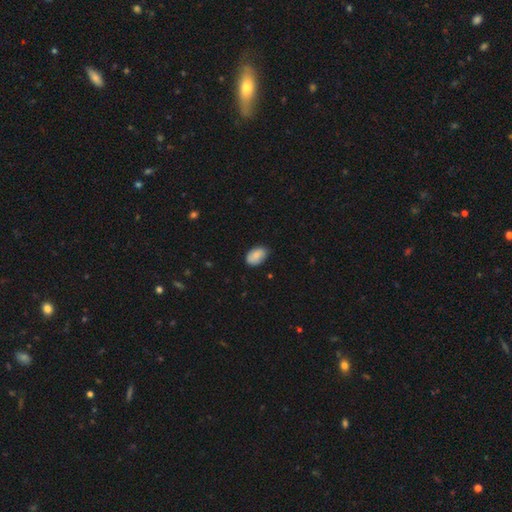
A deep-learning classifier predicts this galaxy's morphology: Smooth or featured? smooth (81%)
How rounded? in between (90%)
Merging? none (74%)